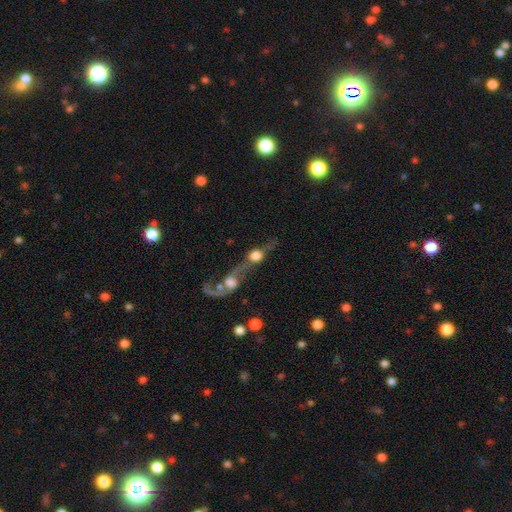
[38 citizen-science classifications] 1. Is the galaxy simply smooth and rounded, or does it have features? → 53% smooth, 45% featured or disk, 3% star or artifact.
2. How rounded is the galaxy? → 40% round, 35% in between, 25% cigar-shaped.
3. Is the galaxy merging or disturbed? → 84% merger, 8% major disturbance, 5% none, 3% minor disturbance.